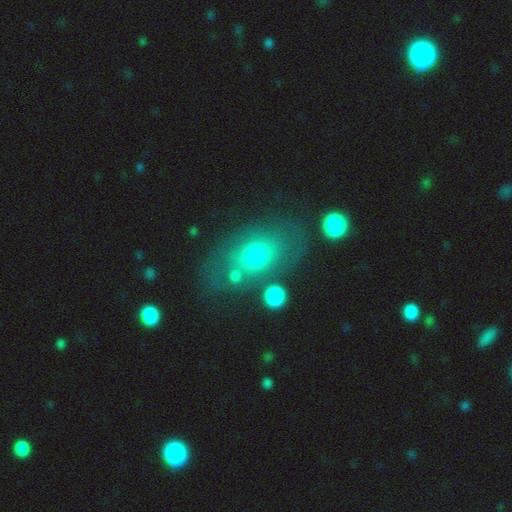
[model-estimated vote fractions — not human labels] This is possibly a smooth galaxy (54%). How rounded: likely in between (80%). Merging: likely none (66%).